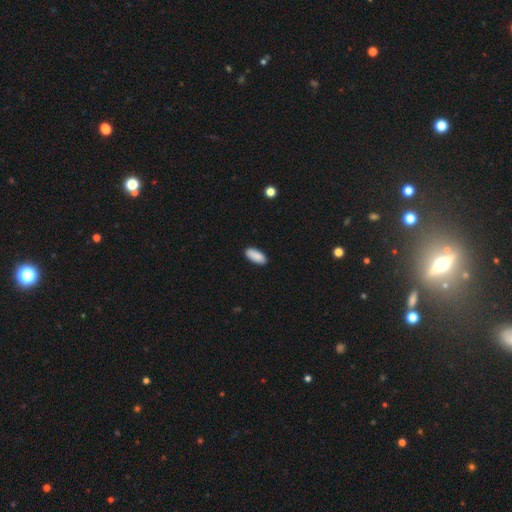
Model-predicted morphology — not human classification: Q: Smooth or featured?
A: smooth (90%); runner-up: star or artifact (6%)
Q: How rounded?
A: in between (87%); runner-up: cigar-shaped (12%)
Q: Merging?
A: none (90%); runner-up: minor disturbance (8%)